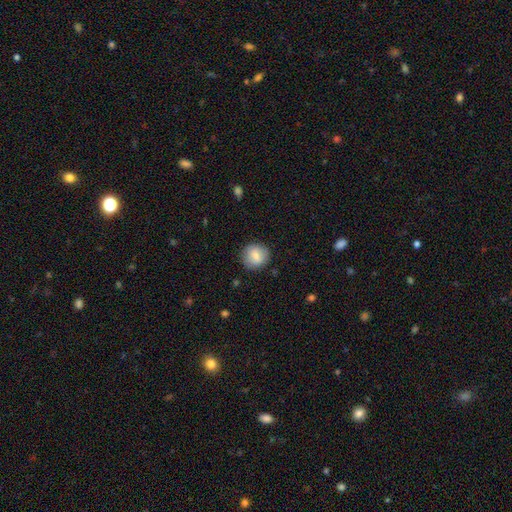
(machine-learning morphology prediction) smooth_or_featured: smooth (p=0.80) [alt: featured or disk p=0.13]
how_rounded: round (p=0.89) [alt: in between p=0.10]
merging: none (p=0.86) [alt: minor disturbance p=0.10]